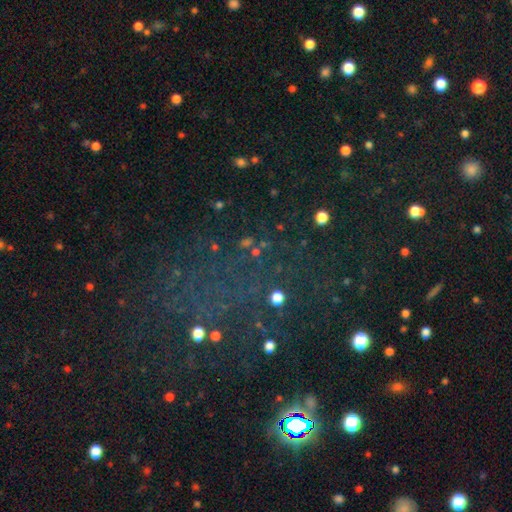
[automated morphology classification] This appears to be a star or artifact, not a galaxy (64%).